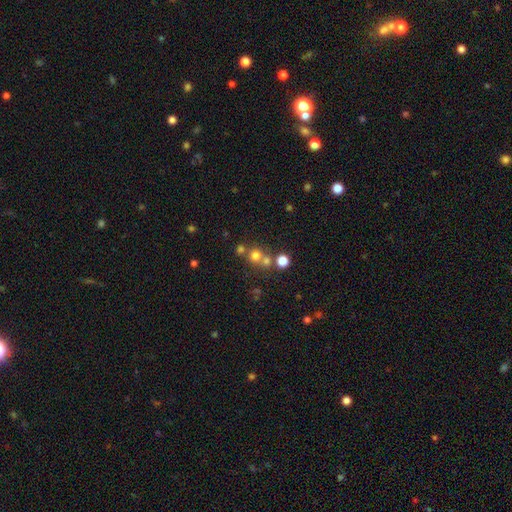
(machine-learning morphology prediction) smooth_or_featured: smooth (p=0.67) [alt: star or artifact p=0.20]
how_rounded: round (p=0.89) [alt: in between p=0.10]
merging: none (p=0.56) [alt: merger p=0.34]